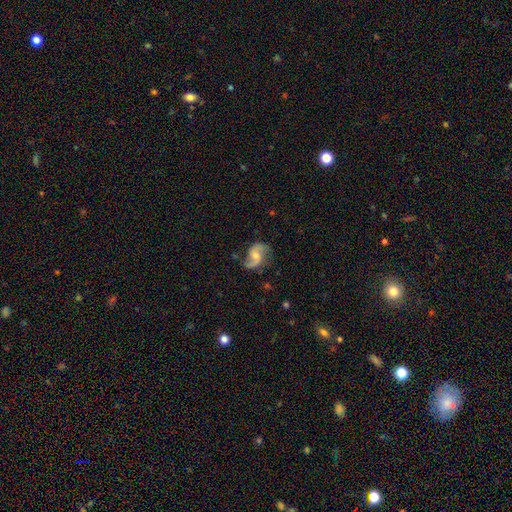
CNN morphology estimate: A featured or disk galaxy (83%) with no bar (57%), 2 (89%) loose (57%) spiral arms (96%) and a moderate central bulge (48%).

Vote fractions:
- Smooth or featured? featured or disk: 83% / smooth: 11% / star or artifact: 6%
- Edge-on disk? no: 98% / yes: 2%
- Bar? no: 57% / weak: 36% / strong: 7%
- Spiral arms? yes: 96% / no: 4%
- Spiral winding? loose: 57% / medium: 35% / tight: 8%
- Spiral arm count? 2: 89% / 1: 5% / can't tell: 3% / 3: 1% / 4: 1% / more than 4: 1%
- Bulge size? moderate: 48% / small: 42% / none: 6% / large: 3% / dominant: 1%
- Merging? none: 70% / minor disturbance: 19% / major disturbance: 9% / merger: 2%